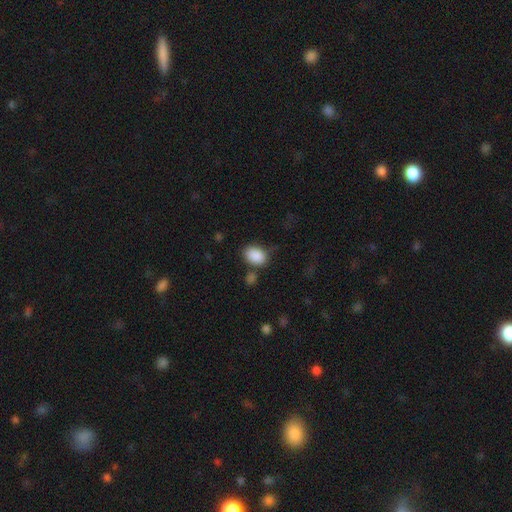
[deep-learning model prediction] smooth_or_featured: smooth (p=0.88) [alt: star or artifact p=0.08]
how_rounded: in between (p=0.79) [alt: round p=0.20]
merging: none (p=0.66) [alt: minor disturbance p=0.18]